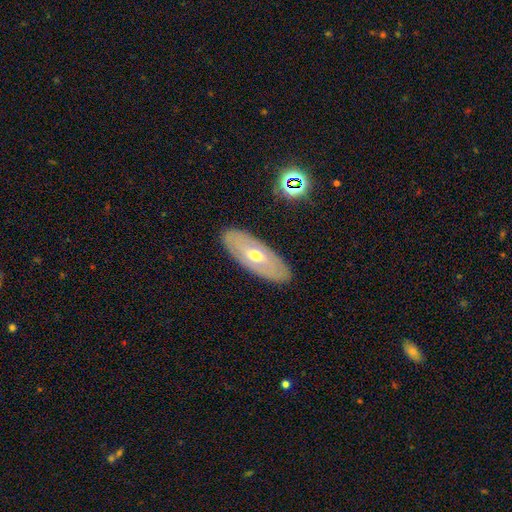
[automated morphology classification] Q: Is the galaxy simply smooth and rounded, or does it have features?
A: featured or disk — 58%.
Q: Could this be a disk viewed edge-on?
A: no — 79%.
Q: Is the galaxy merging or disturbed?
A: none — 88%.